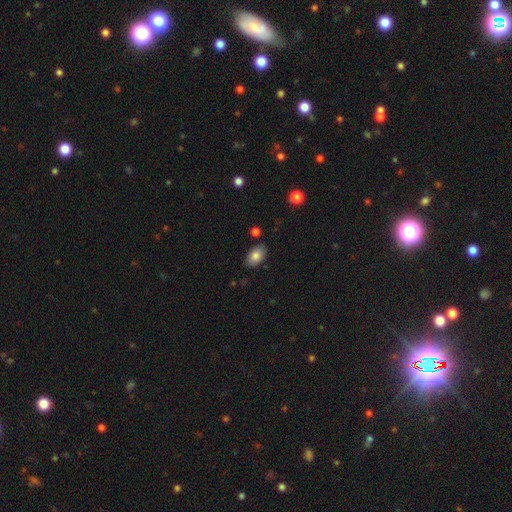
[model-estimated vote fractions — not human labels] This is clearly a smooth galaxy (82%). How rounded: clearly in between (92%). Merging: clearly none (84%).